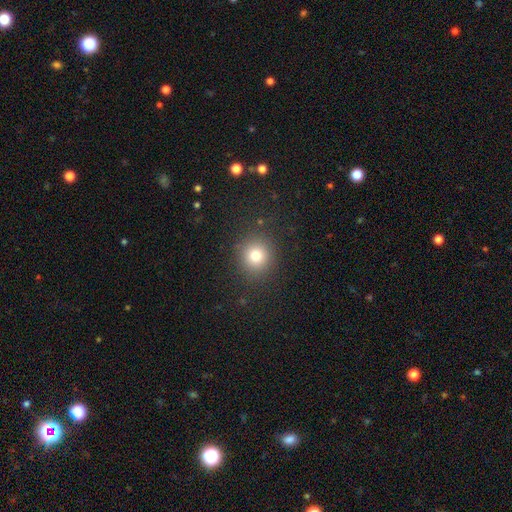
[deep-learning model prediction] smooth-or-featured: smooth: 78% | star or artifact: 14% | featured or disk: 8%
  how-rounded: round: 88% | in between: 11% | cigar-shaped: 1%
  merging: none: 88% | minor disturbance: 8% | major disturbance: 4% | merger: 1%